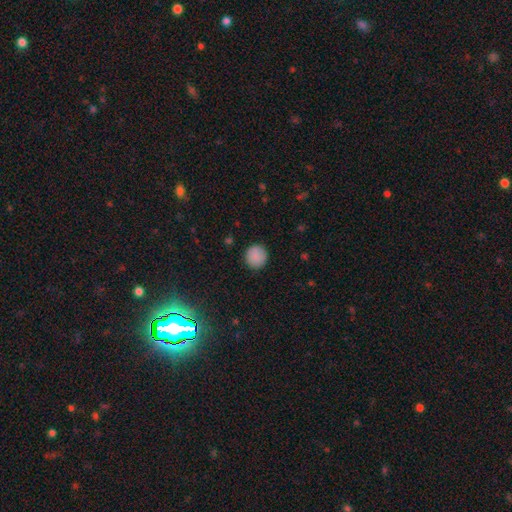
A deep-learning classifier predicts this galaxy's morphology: Overall: smooth (87%). How rounded: round (92%). Merging: none (89%).